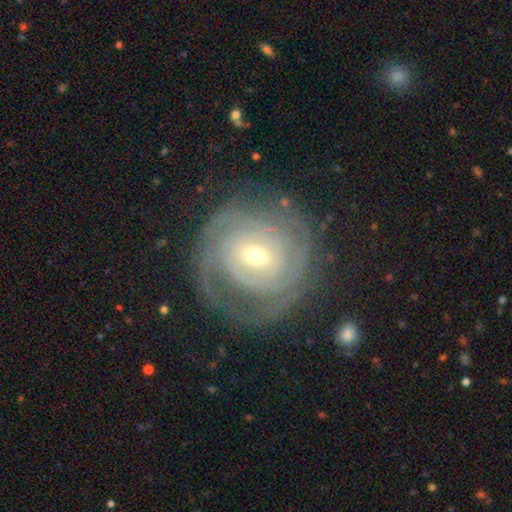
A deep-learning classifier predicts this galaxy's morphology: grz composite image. It shows a featured or disk galaxy (84%) with a weak bar (44%), tight (78%) spiral arms (94%) and a small central bulge (48%, tied with moderate). Merging: none (75%).